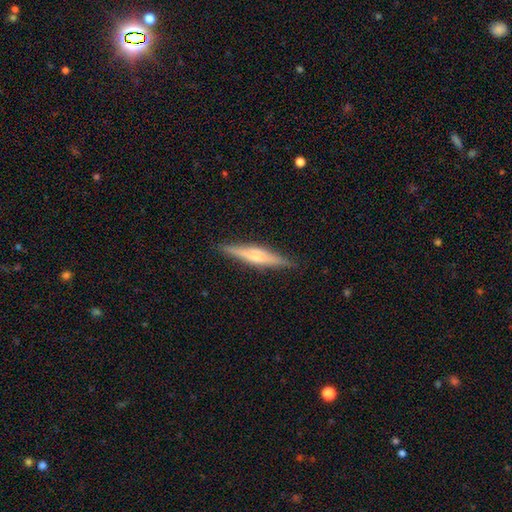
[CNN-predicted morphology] Q: Smooth or featured?
A: featured or disk (63%); runner-up: smooth (31%)
Q: Edge-on disk?
A: yes (97%); runner-up: no (3%)
Q: Edge-on bulge?
A: rounded (72%); runner-up: boxy (16%)
Q: Merging?
A: none (90%); runner-up: minor disturbance (8%)